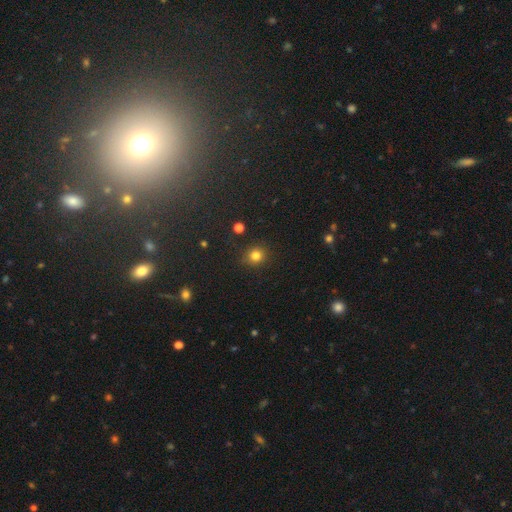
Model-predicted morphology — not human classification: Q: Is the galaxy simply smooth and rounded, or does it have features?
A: smooth — 81%.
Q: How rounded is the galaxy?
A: round — 87%.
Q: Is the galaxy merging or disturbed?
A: none — 87%.